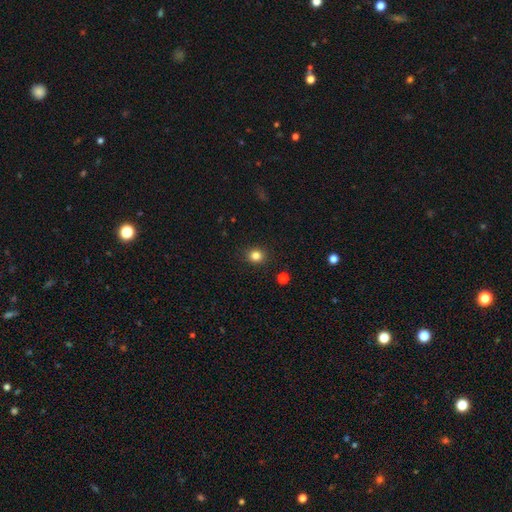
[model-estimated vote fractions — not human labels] Morphology: type=smooth (83%); roundness=round (79%); merging=none (90%).